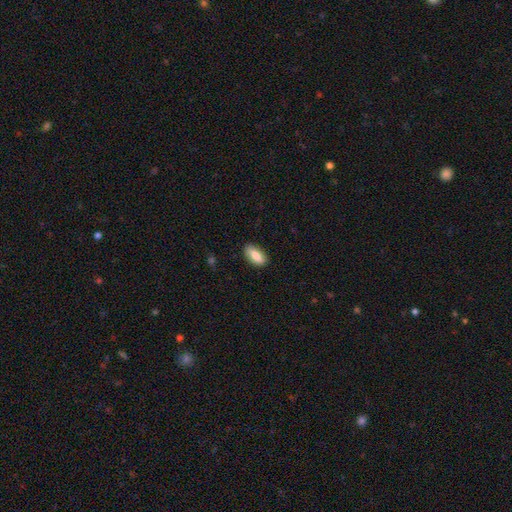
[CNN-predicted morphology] The model was most divided on "smooth or featured": smooth: 81%, featured or disk: 13%, star or artifact: 6%. More confident: how rounded — in between (87%); merging — none (84%).